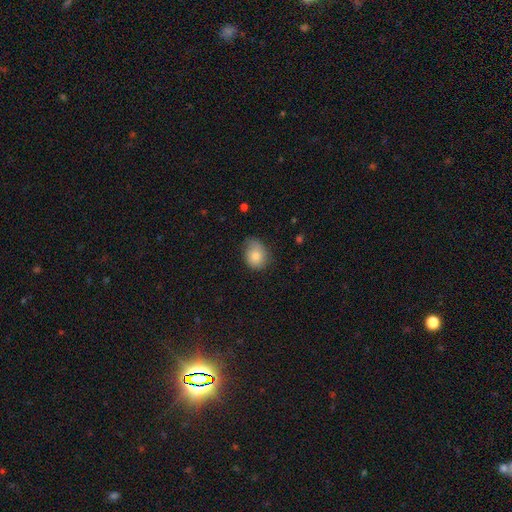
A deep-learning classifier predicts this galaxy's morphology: The model was most divided on "how rounded": round: 51%, in between: 48%, cigar-shaped: 1%. More confident: smooth or featured — smooth (81%); merging — none (51%).